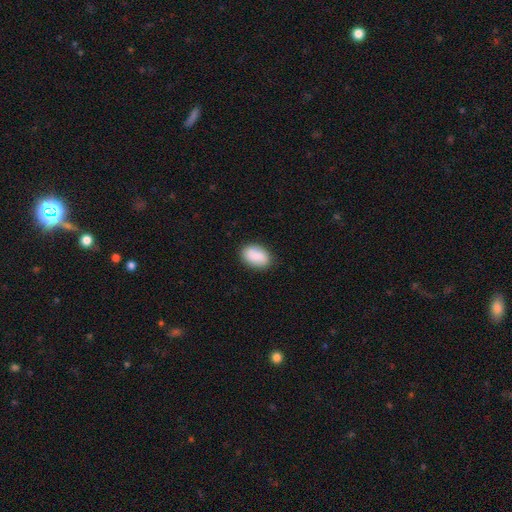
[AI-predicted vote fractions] Smooth or featured: smooth — 89% (star or artifact — 6%)
How rounded: in between — 89% (round — 9%)
Merging: none — 86% (minor disturbance — 10%)